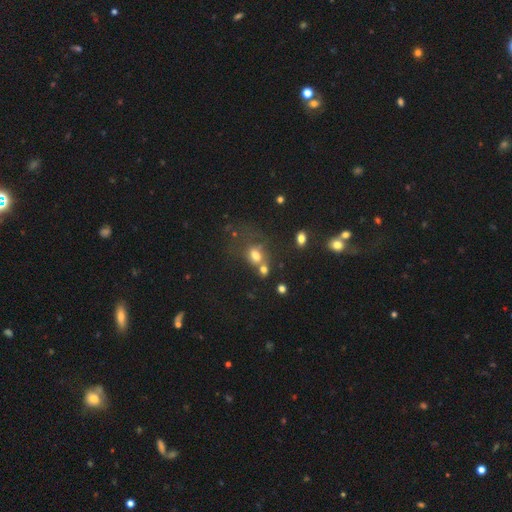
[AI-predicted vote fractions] A smooth galaxy with no disk features (69%) that is in between round and cigar-shaped (52%). Merging: merger (41%).